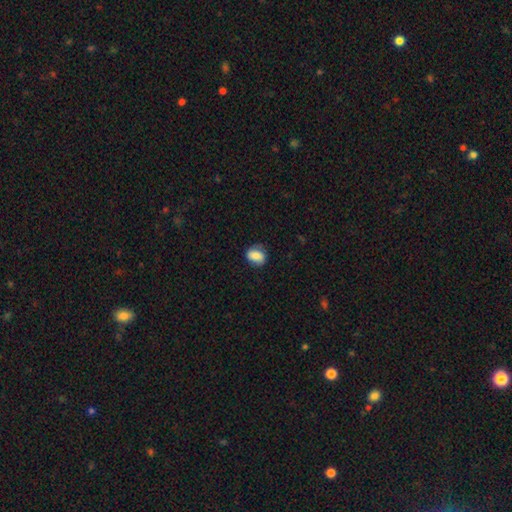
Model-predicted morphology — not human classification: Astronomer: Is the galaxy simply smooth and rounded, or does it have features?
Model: smooth — 75%.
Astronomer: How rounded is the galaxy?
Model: in between — 62%.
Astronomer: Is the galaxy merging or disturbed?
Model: none — 72%.